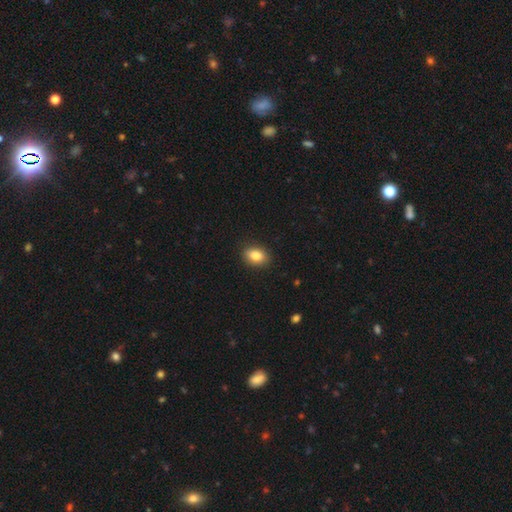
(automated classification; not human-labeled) smooth-or-featured: smooth: 84% | star or artifact: 8% | featured or disk: 7%
  how-rounded: in between: 79% | round: 20% | cigar-shaped: 2%
  merging: none: 89% | minor disturbance: 8% | major disturbance: 2% | merger: 1%